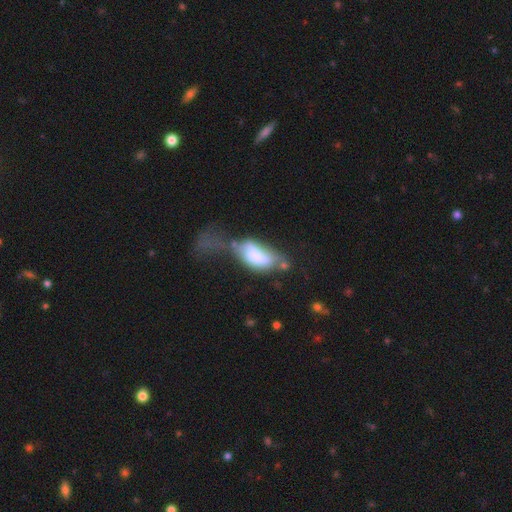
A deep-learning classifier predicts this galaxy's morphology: Q: Smooth or featured?
A: smooth (63%); runner-up: featured or disk (29%)
Q: How rounded?
A: in between (87%); runner-up: cigar-shaped (10%)
Q: Merging?
A: major disturbance (42%); runner-up: merger (25%)